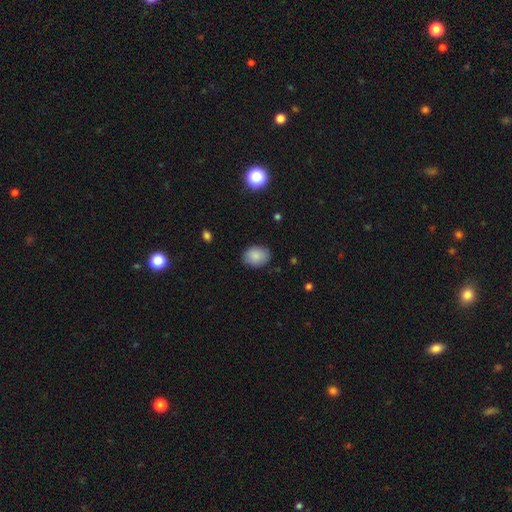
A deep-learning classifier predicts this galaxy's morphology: smooth-or-featured: smooth: 87% | star or artifact: 8% | featured or disk: 5%
  how-rounded: in between: 67% | round: 32% | cigar-shaped: 1%
  merging: none: 83% | minor disturbance: 13% | major disturbance: 3% | merger: 1%